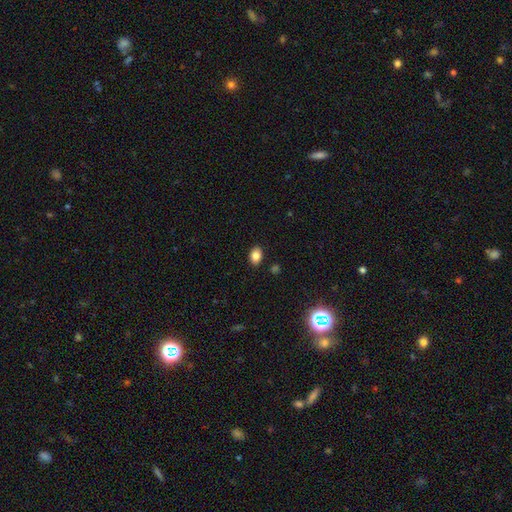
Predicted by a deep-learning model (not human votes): The model was most divided on "how rounded": in between: 81%, round: 18%, cigar-shaped: 1%. More confident: merging — none (88%); smooth or featured — smooth (84%).